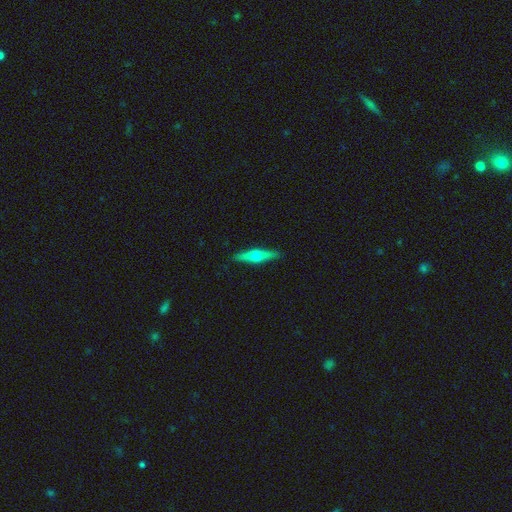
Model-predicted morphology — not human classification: smooth-or-featured: featured or disk: 62% | smooth: 32% | star or artifact: 6%
  disk-edge-on: yes: 96% | no: 4%
    edge-on-bulge: rounded: 95% | boxy: 3% | none: 2%
  merging: none: 90% | minor disturbance: 7% | major disturbance: 2% | merger: 1%